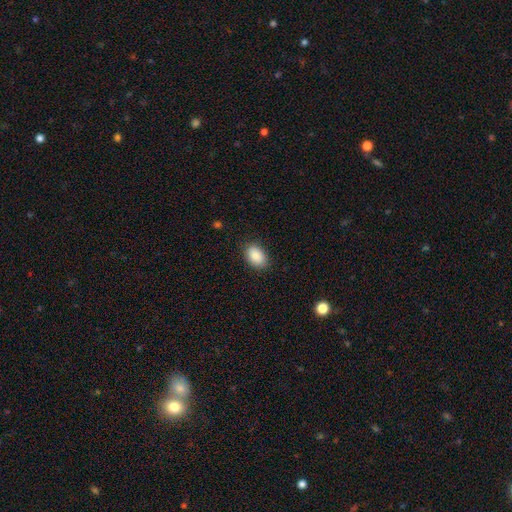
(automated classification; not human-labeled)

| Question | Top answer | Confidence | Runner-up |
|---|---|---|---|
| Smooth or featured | smooth | 88% | star or artifact (7%) |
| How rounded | in between | 88% | round (11%) |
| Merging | none | 85% | minor disturbance (11%) |